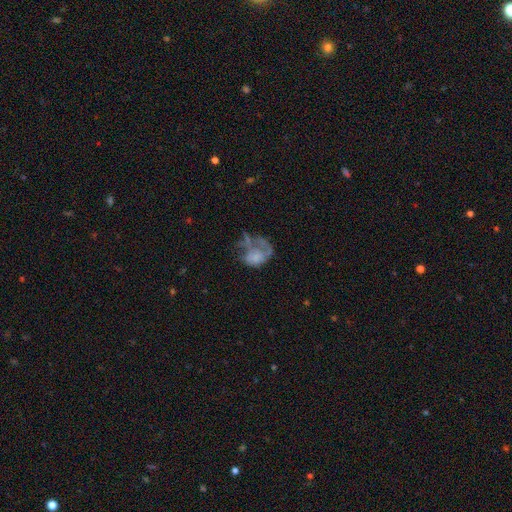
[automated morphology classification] smooth-or-featured: featured or disk: 49% | smooth: 40% | star or artifact: 11%
  merging: major disturbance: 50% | none: 22% | minor disturbance: 18% | merger: 10%